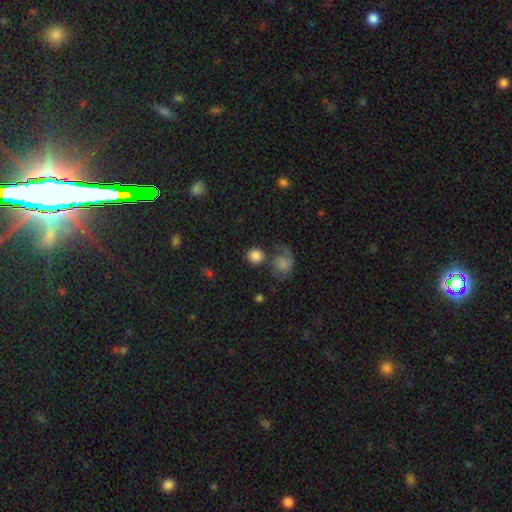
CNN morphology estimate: smooth 84%, star or artifact 9%, featured or disk 7%. Down the decision tree: how rounded — round (91%); merging — none (64%).